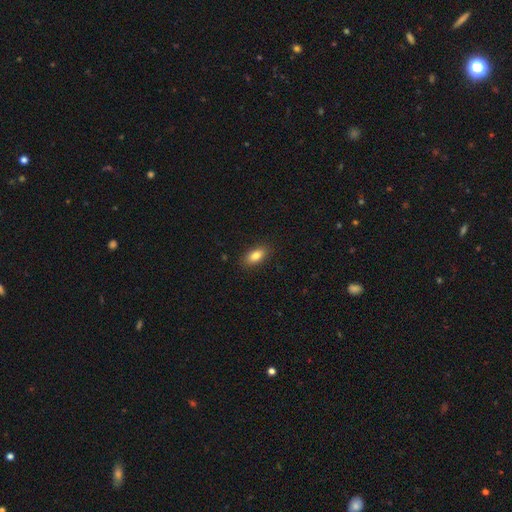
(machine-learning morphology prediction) Smooth or featured? smooth (84%)
How rounded? in between (87%)
Merging? none (88%)